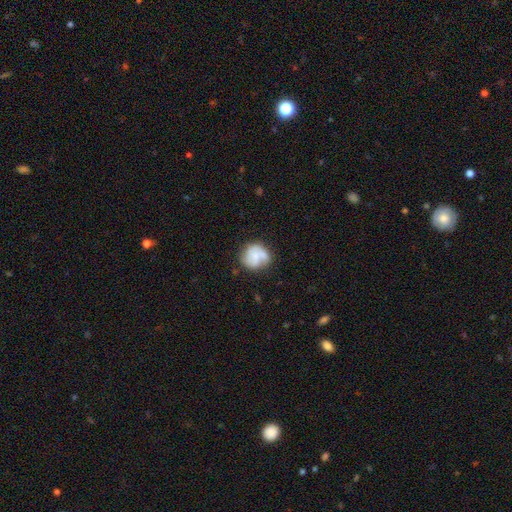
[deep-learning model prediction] Smooth or featured: featured or disk — 52% (smooth — 41%)
Edge-on disk: no — 98% (yes — 2%)
Bar: no — 70% (weak — 25%)
Spiral arms: yes — 78% (no — 22%)
Bulge size: small — 52% (moderate — 28%)
Merging: none — 59% (minor disturbance — 24%)